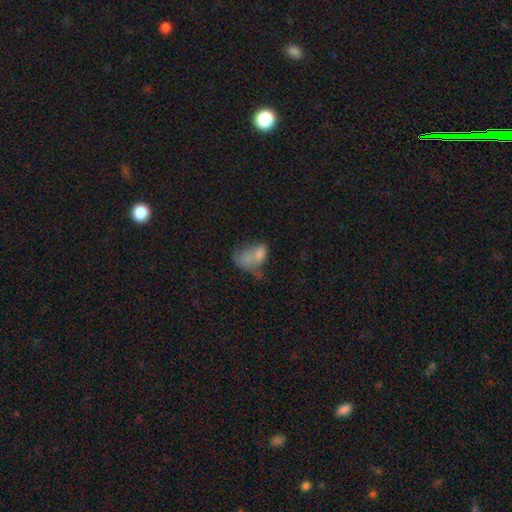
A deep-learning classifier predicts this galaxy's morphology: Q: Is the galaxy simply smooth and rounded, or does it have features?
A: smooth — 64%.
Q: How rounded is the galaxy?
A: in between — 85%.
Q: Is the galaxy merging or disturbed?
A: merger — 41%.